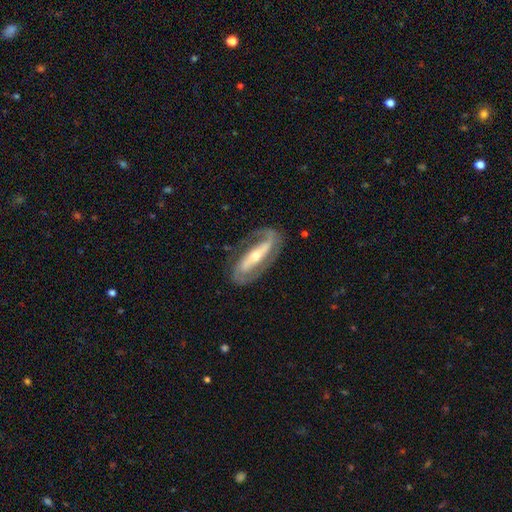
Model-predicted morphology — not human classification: Overall: featured or disk (88%). Edge-on disk: no (90%). Bar: strong (67%). Spiral arms: yes (93%). Spiral arm count: 2 (88%). Spiral winding: medium (44%; tight 34%). Bulge size: moderate (49%; small 46%). Merging: none (80%).